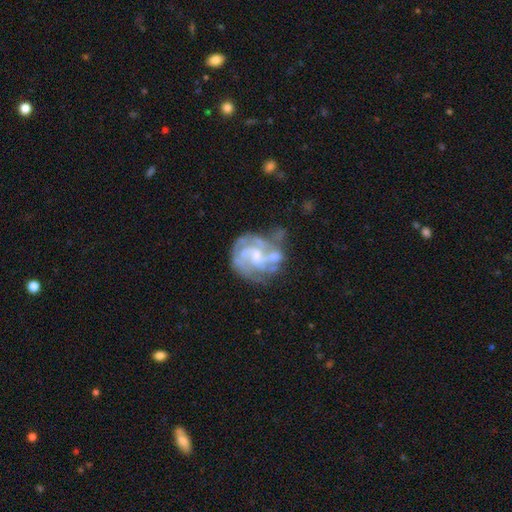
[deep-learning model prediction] smooth-or-featured: featured or disk: 80% | smooth: 13% | star or artifact: 7%
  disk-edge-on: no: 98% | yes: 2%
    bar: no: 59% | weak: 34% | strong: 7%
    has-spiral-arms: yes: 80% | no: 20%
      spiral-winding: tight: 48% | medium: 39% | loose: 13%
      spiral-arm-count: can't tell: 33% | 3: 25% | 2: 24% | 4: 9% | 1: 5% | more than 4: 4%
    bulge-size: moderate: 43% (tied) | small: 43% (tied) | none: 9% | large: 4% | dominant: 1%
  merging: none: 43% | minor disturbance: 21% | major disturbance: 18% | merger: 18%